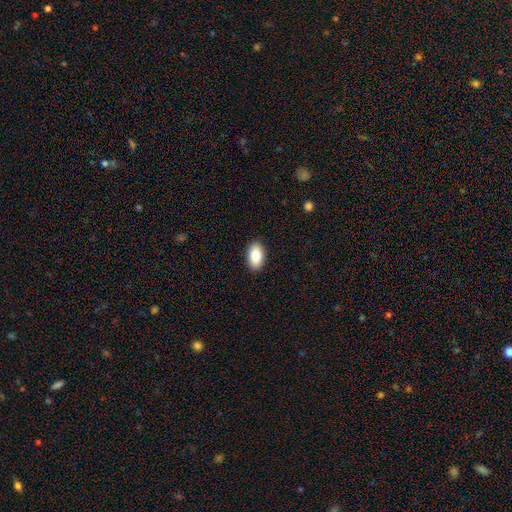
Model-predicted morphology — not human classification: smooth_or_featured: smooth (p=0.84) [alt: featured or disk p=0.09]
how_rounded: in between (p=0.94) [alt: round p=0.05]
merging: none (p=0.90) [alt: minor disturbance p=0.07]